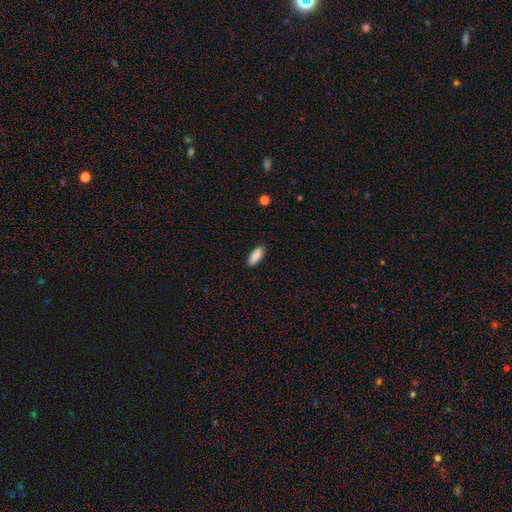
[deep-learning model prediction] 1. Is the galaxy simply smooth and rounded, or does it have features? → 90% smooth, 6% star or artifact, 4% featured or disk.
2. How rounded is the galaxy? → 73% in between, 25% cigar-shaped, 2% round.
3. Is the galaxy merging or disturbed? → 89% none, 8% minor disturbance, 2% major disturbance, 1% merger.